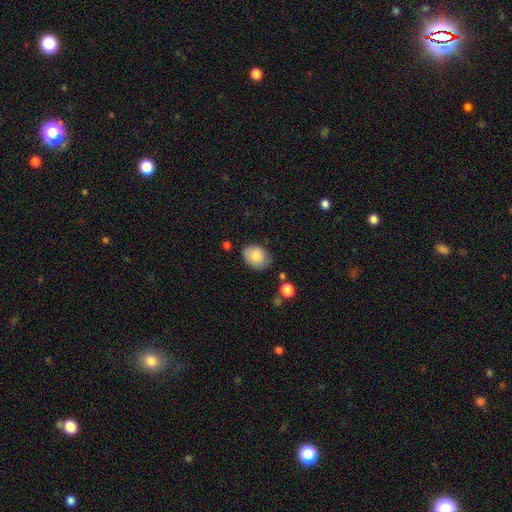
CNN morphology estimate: type=smooth (83%); roundness=in between (66%); merging=none (71%).